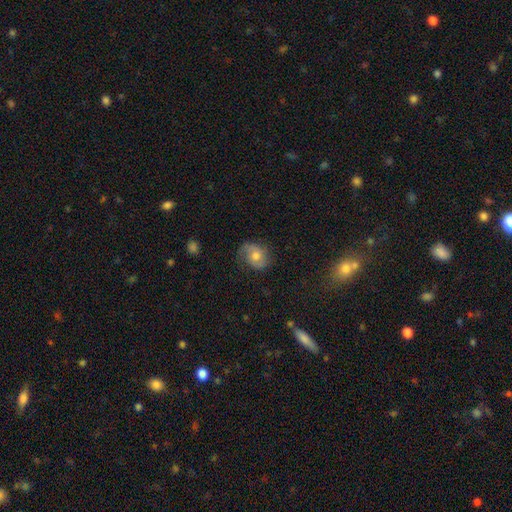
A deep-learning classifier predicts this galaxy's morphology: Smooth or featured? featured or disk (48%)
Merging? none (66%)